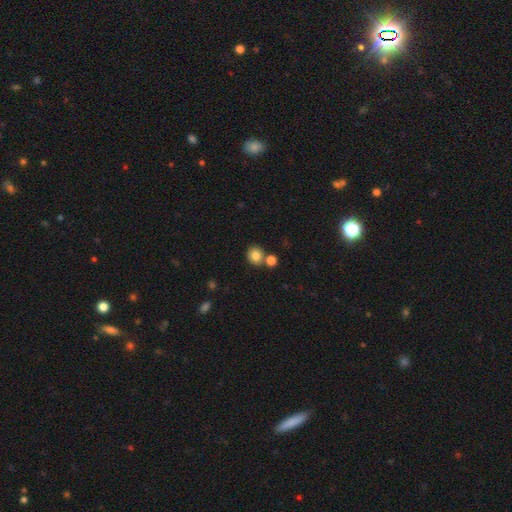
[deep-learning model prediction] A smooth galaxy with no disk features (83%) that is round (80%). Merging: none (66%).